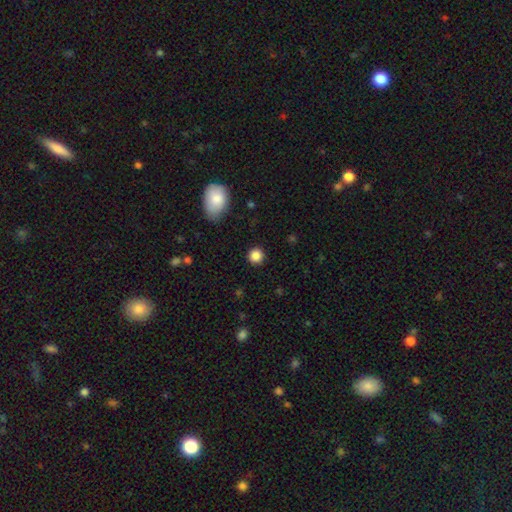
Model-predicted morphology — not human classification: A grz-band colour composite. It shows a smooth galaxy with no disk features (86%) that is round (93%). Merging: none (90%).